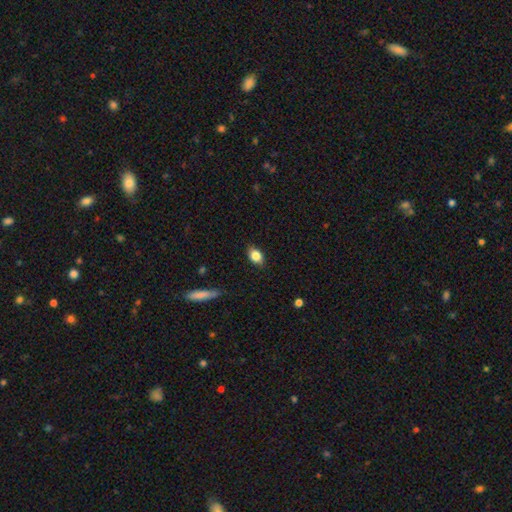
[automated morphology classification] Smooth or featured?
  - smooth: 84% *
  - star or artifact: 8%
  - featured or disk: 8%
How rounded?
  - in between: 80% *
  - round: 18%
  - cigar-shaped: 2%
Merging?
  - none: 85% *
  - minor disturbance: 12%
  - major disturbance: 2%
  - merger: 1%